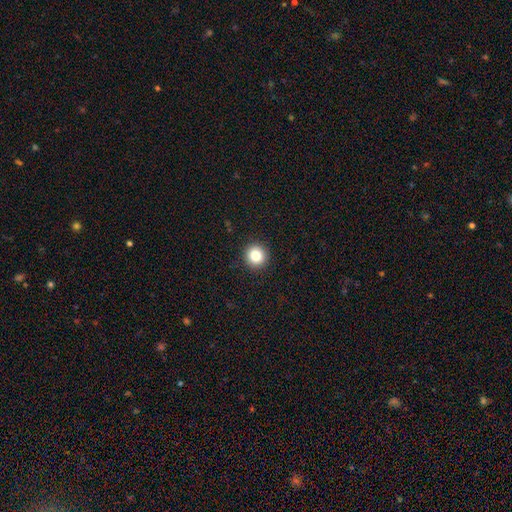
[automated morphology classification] smooth_or_featured: smooth (p=0.83) [alt: star or artifact p=0.11]
how_rounded: round (p=0.94) [alt: in between p=0.05]
merging: none (p=0.93) [alt: minor disturbance p=0.05]